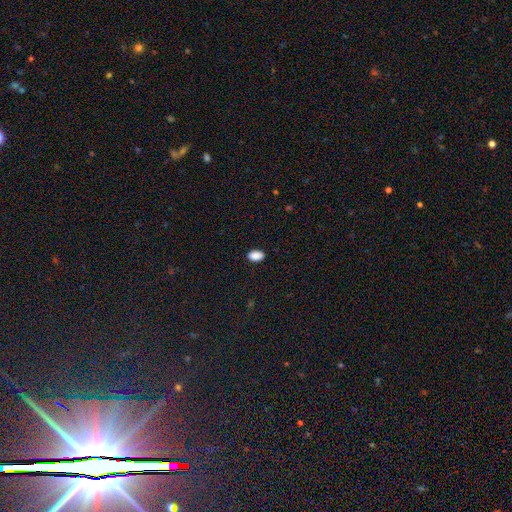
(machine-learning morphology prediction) Smooth or featured?
  - smooth: 89% *
  - star or artifact: 8%
  - featured or disk: 3%
How rounded?
  - in between: 91% *
  - round: 7%
  - cigar-shaped: 2%
Merging?
  - none: 89% *
  - minor disturbance: 8%
  - major disturbance: 2%
  - merger: 1%